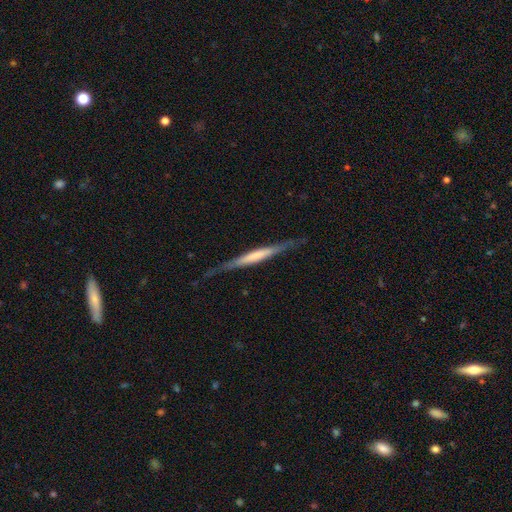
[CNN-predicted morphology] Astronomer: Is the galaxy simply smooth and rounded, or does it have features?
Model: featured or disk — 58% (runner-up: smooth, 37%).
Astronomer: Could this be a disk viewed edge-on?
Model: yes — 96%.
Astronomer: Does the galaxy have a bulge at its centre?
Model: none — 56%.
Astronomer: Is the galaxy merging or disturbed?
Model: none — 79%.